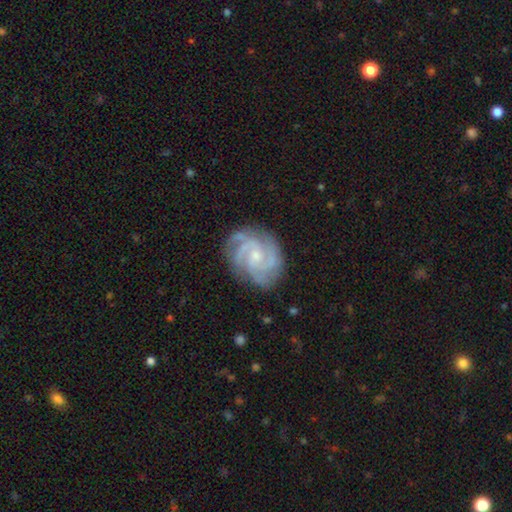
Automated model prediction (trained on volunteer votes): This is clearly a featured or disk galaxy (89%). It is clearly not viewed edge-on (98%). Bar: possibly no (60%). Spiral arm pattern: clearly yes (98%). Spiral arm count: marginally 3 (44%). Spiral winding: possibly tight (59%). Central bulge: likely small (63%). Merging: likely none (79%).